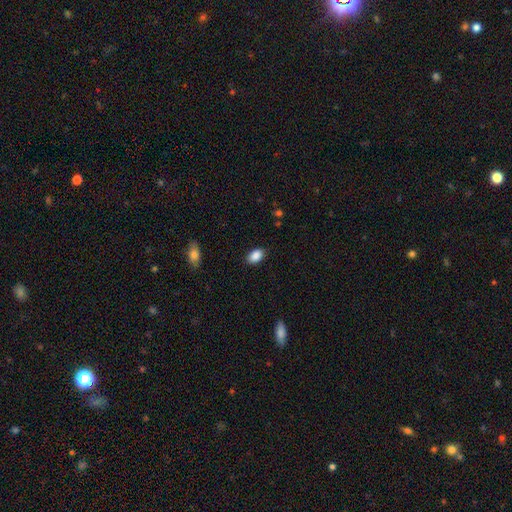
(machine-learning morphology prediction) This appears to be a smooth galaxy with no disk features (89%) that is in between round and cigar-shaped (91%). Merging: none (87%).